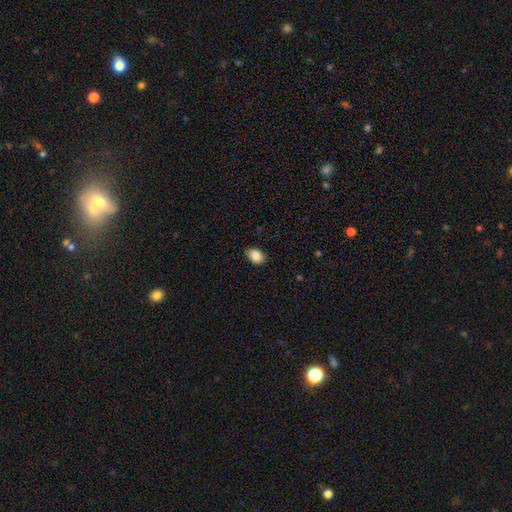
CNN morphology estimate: A smooth galaxy with no disk features (87%) that is in between round and cigar-shaped (81%). Merging: none (85%).